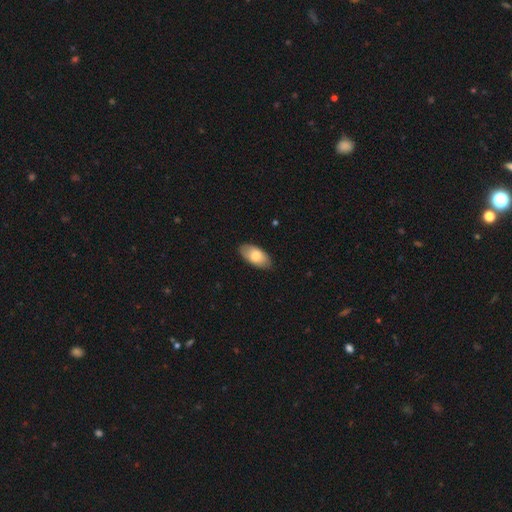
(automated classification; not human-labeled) Overall: smooth (76%). How rounded: in between (94%). Merging: none (84%).